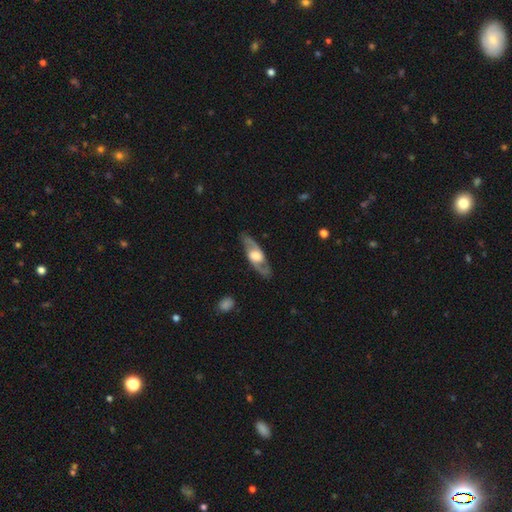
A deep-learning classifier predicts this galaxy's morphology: smooth_or_featured: featured or disk (p=0.74) [alt: smooth p=0.21]
disk_edge_on: no (p=0.71) [alt: yes p=0.29]
bar: no (p=0.57) [alt: weak p=0.32]
has_spiral_arms: yes (p=0.77) [alt: no p=0.23]
bulge_size: moderate (p=0.47) [alt: large p=0.42]
merging: none (p=0.84) [alt: minor disturbance p=0.11]